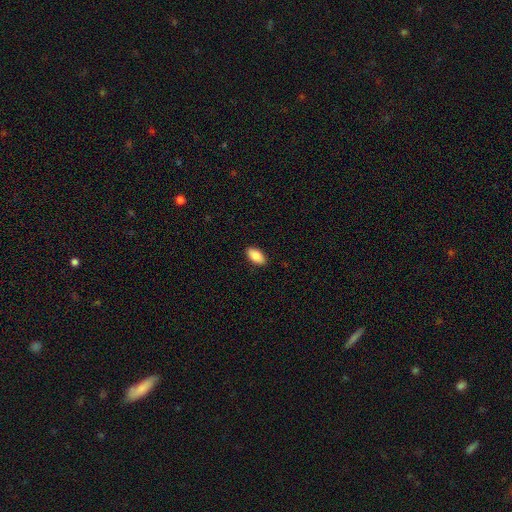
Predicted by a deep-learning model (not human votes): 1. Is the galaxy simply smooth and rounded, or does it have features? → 85% smooth, 8% featured or disk, 6% star or artifact.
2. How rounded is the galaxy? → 93% in between, 4% cigar-shaped, 3% round.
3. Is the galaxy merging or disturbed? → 90% none, 8% minor disturbance, 2% major disturbance, 1% merger.